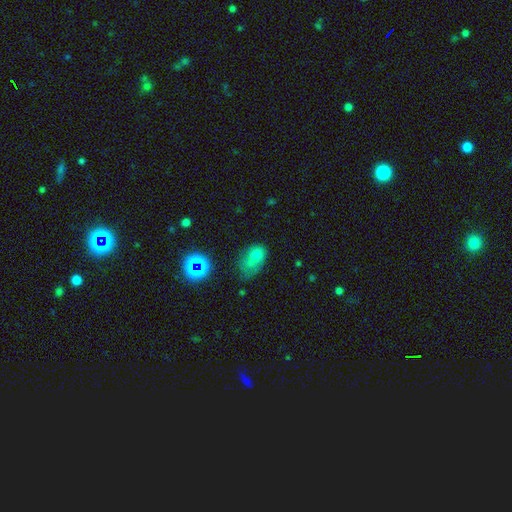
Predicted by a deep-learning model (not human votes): A smooth galaxy with no disk features (68%) that is in between round and cigar-shaped (75%). Merging: minor disturbance (29%).